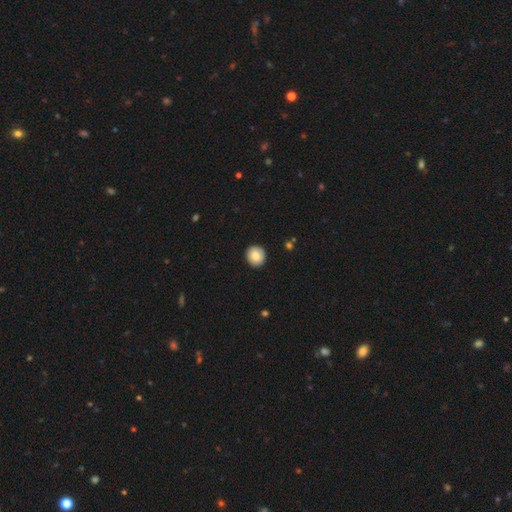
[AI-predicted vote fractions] A smooth galaxy with no disk features (81%) that is round (88%).

Vote fractions:
- Smooth or featured? smooth: 81% / featured or disk: 11% / star or artifact: 7%
- How rounded? round: 88% / in between: 11% / cigar-shaped: 1%
- Merging? none: 90% / minor disturbance: 7% / major disturbance: 2% / merger: 1%